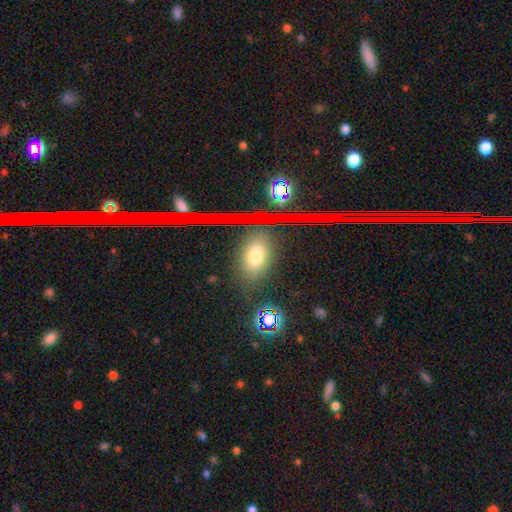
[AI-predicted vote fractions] A smooth galaxy with no disk features (69%) that is in between round and cigar-shaped (77%).

Vote fractions:
- Smooth or featured? smooth: 69% / star or artifact: 19% / featured or disk: 12%
- How rounded? in between: 77% / round: 18% / cigar-shaped: 5%
- Merging? none: 84% / minor disturbance: 10% / major disturbance: 4% / merger: 3%